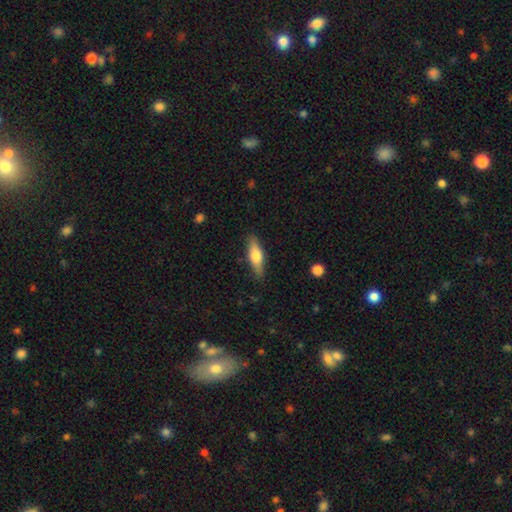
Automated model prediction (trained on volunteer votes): smooth_or_featured: smooth (p=0.57) [alt: featured or disk p=0.38]
how_rounded: cigar-shaped (p=0.53) [alt: in between p=0.45]
merging: none (p=0.86) [alt: minor disturbance p=0.11]